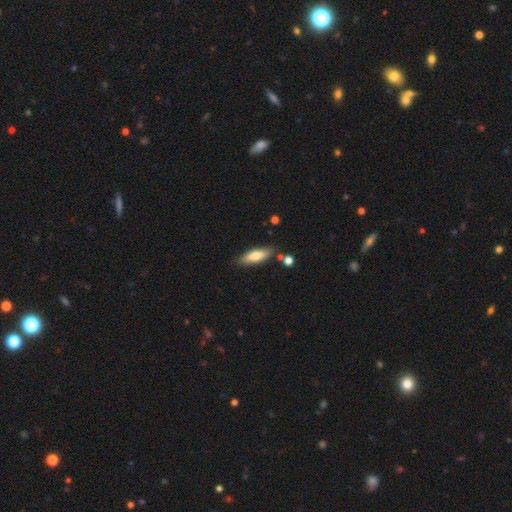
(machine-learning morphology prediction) Smooth or featured? smooth (70%)
How rounded? in between (50%)
Merging? none (80%)